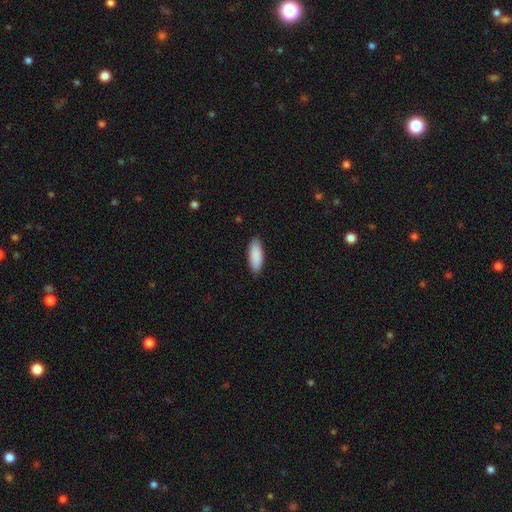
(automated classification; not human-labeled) smooth_or_featured: smooth (p=0.91) [alt: star or artifact p=0.05]
how_rounded: in between (p=0.79) [alt: cigar-shaped p=0.20]
merging: none (p=0.88) [alt: minor disturbance p=0.09]